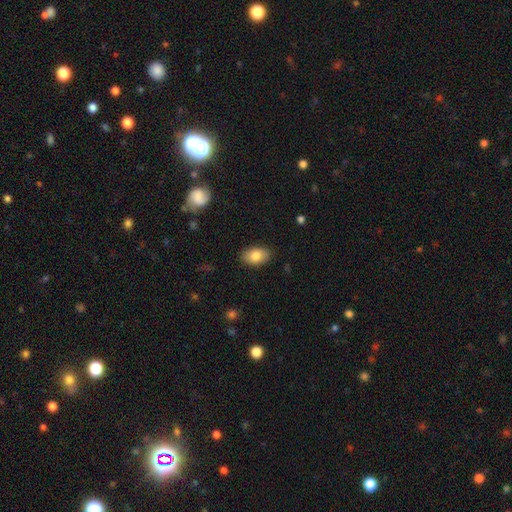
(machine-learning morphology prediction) Overall: smooth (82%). How rounded: in between (90%). Merging: none (88%).